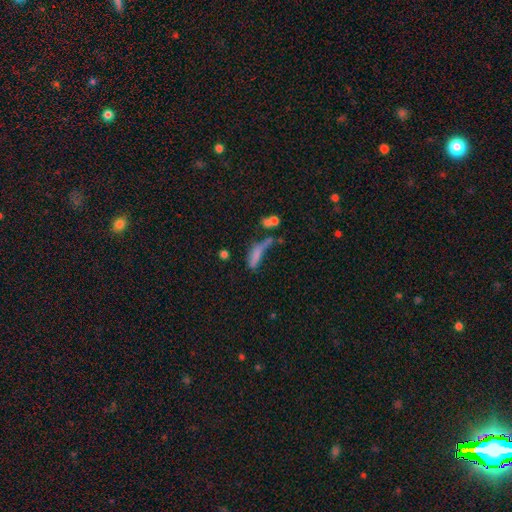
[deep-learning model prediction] smooth-or-featured: smooth: 61% | featured or disk: 24% | star or artifact: 15%
  how-rounded: cigar-shaped: 58% | in between: 38% | round: 5%
  merging: major disturbance: 33% | merger: 26% | none: 24% | minor disturbance: 17%